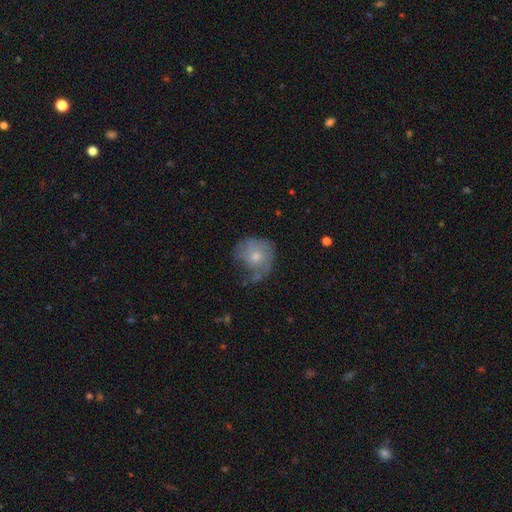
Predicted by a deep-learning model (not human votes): This appears to be a smooth galaxy with no disk features (52%) that is round (74%). Merging: none (43%).